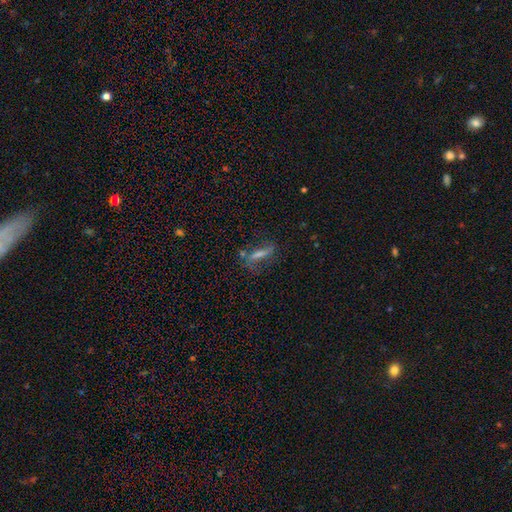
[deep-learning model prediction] smooth-or-featured: featured or disk: 46% | smooth: 34% | star or artifact: 21%
  merging: none: 63% | minor disturbance: 19% | major disturbance: 12% | merger: 6%